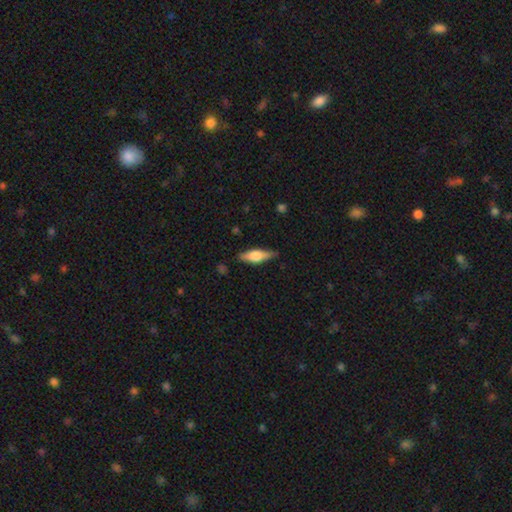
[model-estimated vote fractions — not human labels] smooth-or-featured: featured or disk: 48% | smooth: 46% | star or artifact: 6%
  merging: none: 84% | minor disturbance: 12% | major disturbance: 2% | merger: 1%